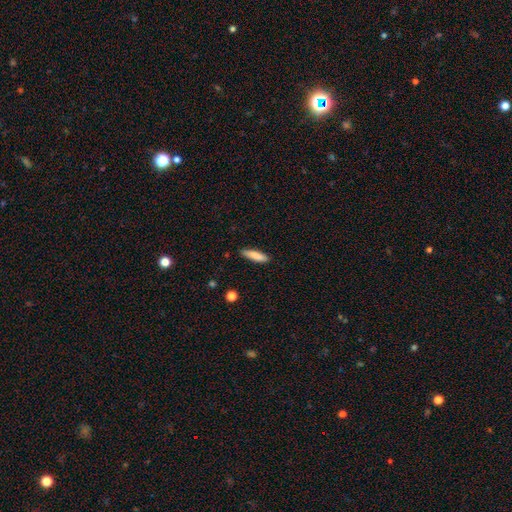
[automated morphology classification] Smooth or featured?
  - smooth: 83% *
  - featured or disk: 10%
  - star or artifact: 6%
How rounded?
  - cigar-shaped: 72% *
  - in between: 27%
  - round: 1%
Merging?
  - none: 86% *
  - minor disturbance: 10%
  - major disturbance: 2%
  - merger: 1%